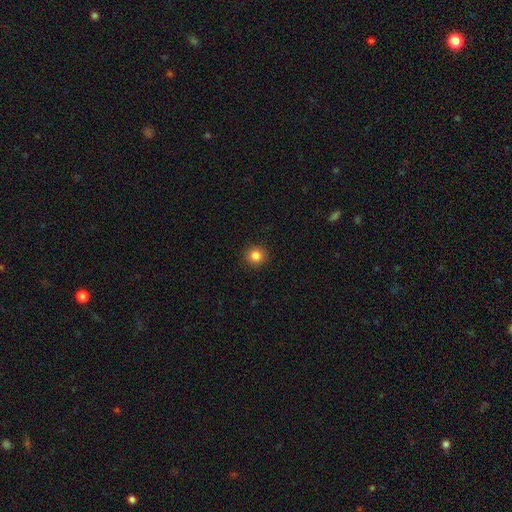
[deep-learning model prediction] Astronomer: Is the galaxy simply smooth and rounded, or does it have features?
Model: smooth — 84%.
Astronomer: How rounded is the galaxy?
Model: round — 88%.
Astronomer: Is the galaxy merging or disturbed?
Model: none — 91%.